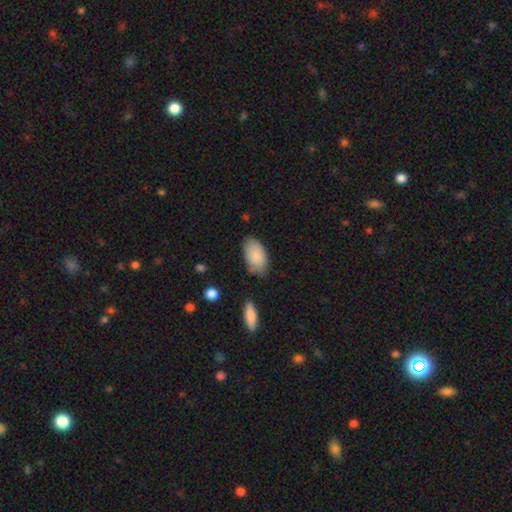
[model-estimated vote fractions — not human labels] Smooth or featured? Predicted: smooth (p=0.87). How rounded? Predicted: in between (p=0.94). Merging? Predicted: none (p=0.71).